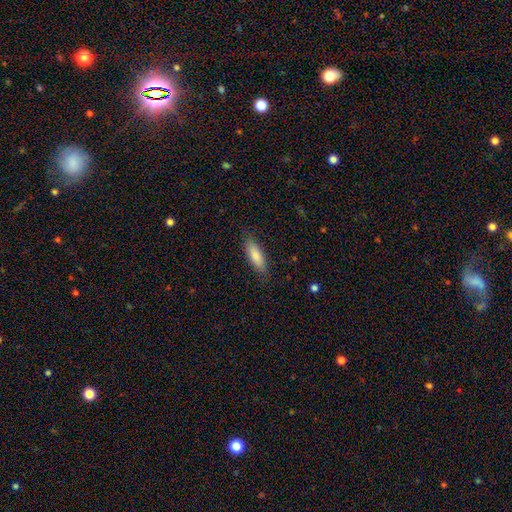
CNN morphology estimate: Q: Smooth or featured?
A: smooth (84%); runner-up: featured or disk (11%)
Q: How rounded?
A: in between (57%); runner-up: cigar-shaped (42%)
Q: Merging?
A: none (83%); runner-up: minor disturbance (13%)